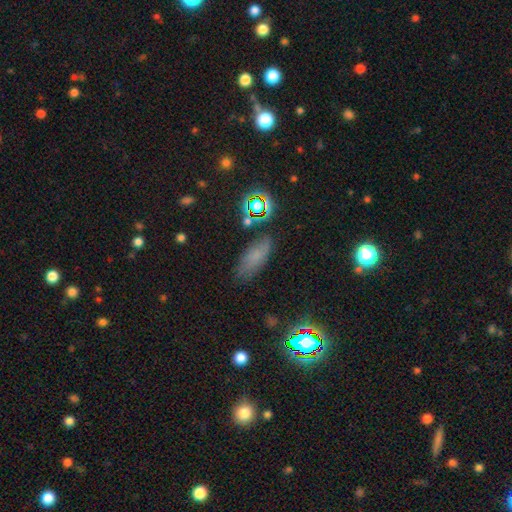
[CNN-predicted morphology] smooth-or-featured: smooth: 65% | star or artifact: 21% | featured or disk: 14%
  how-rounded: in between: 72% | cigar-shaped: 23% | round: 6%
  merging: none: 77% | minor disturbance: 16% | major disturbance: 5% | merger: 3%